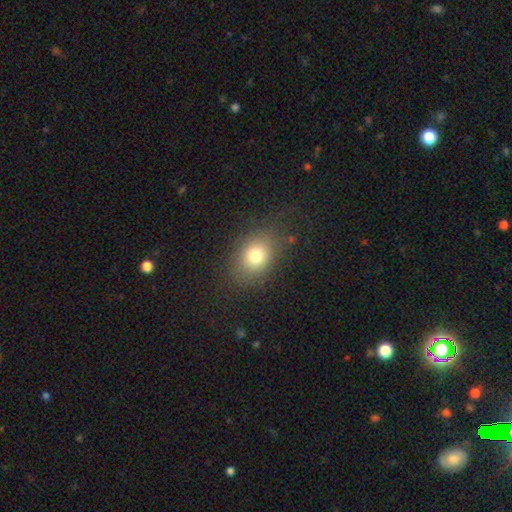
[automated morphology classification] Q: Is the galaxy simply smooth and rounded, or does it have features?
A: smooth — 77%.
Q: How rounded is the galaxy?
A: in between — 59%.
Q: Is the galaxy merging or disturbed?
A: none — 77%.